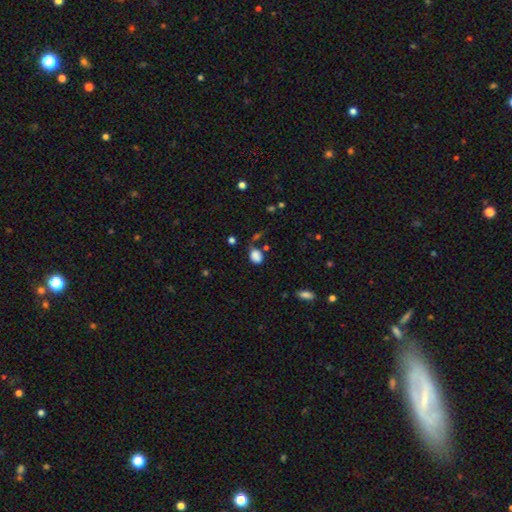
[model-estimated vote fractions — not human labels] Overall: smooth (85%). How rounded: in between (71%). Merging: none (59%; minor disturbance 23%).